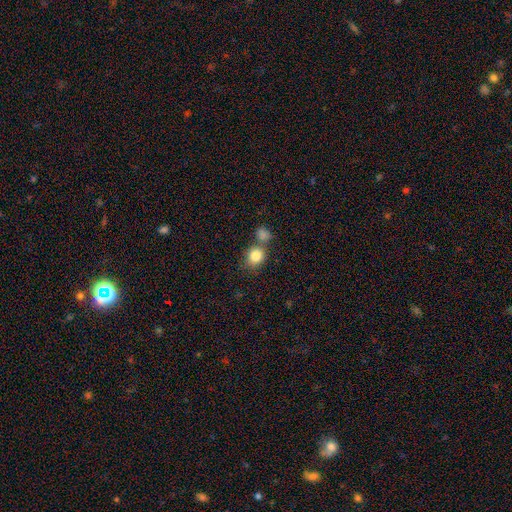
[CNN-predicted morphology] This appears to be a smooth galaxy with no disk features (84%) that is round (72%). Merging: none (53%).